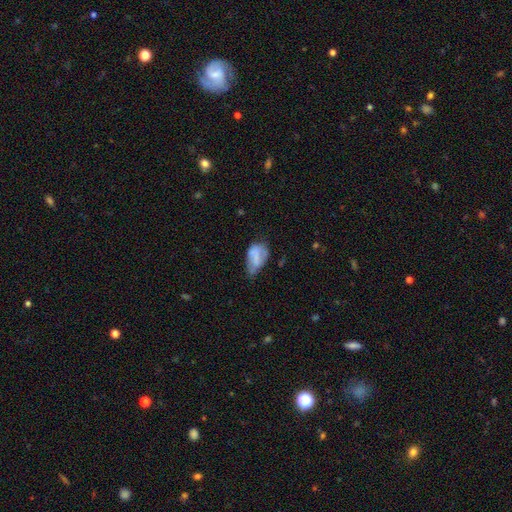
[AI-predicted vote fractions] Q: Smooth or featured?
A: smooth (66%); runner-up: featured or disk (25%)
Q: How rounded?
A: in between (90%); runner-up: round (7%)
Q: Merging?
A: minor disturbance (44%); runner-up: none (27%)